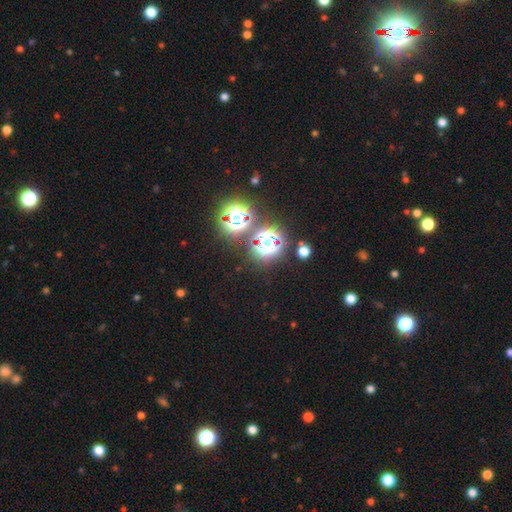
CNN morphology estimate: Smooth or featured? Predicted: star or artifact (p=0.79).